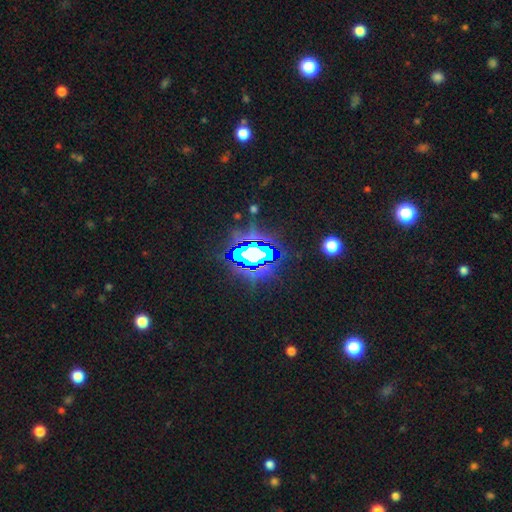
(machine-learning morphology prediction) A star or artifact, not a galaxy (74%).

Vote fractions:
- Smooth or featured? star or artifact: 74% / smooth: 13% / featured or disk: 13%